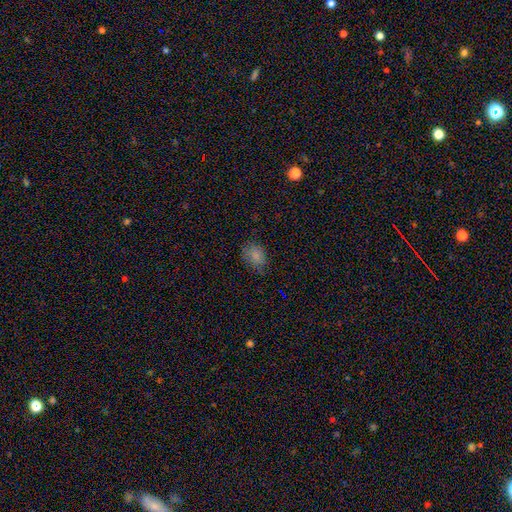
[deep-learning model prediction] smooth-or-featured: smooth: 79% | star or artifact: 13% | featured or disk: 8%
  how-rounded: in between: 66% | round: 33% | cigar-shaped: 1%
  merging: none: 70% | minor disturbance: 22% | major disturbance: 6% | merger: 1%